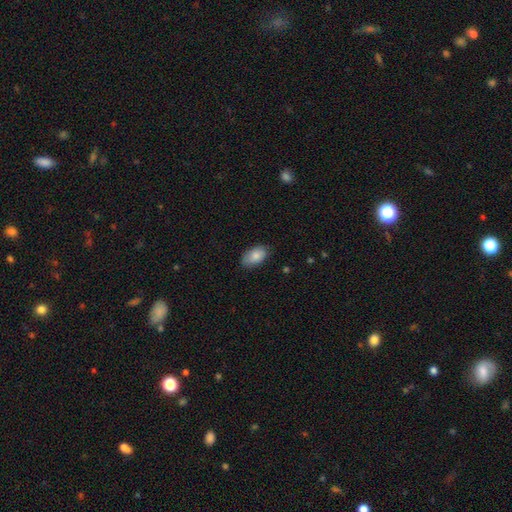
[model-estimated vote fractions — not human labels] A smooth galaxy with no disk features (84%) that is in between round and cigar-shaped (93%). Merging: none (80%).